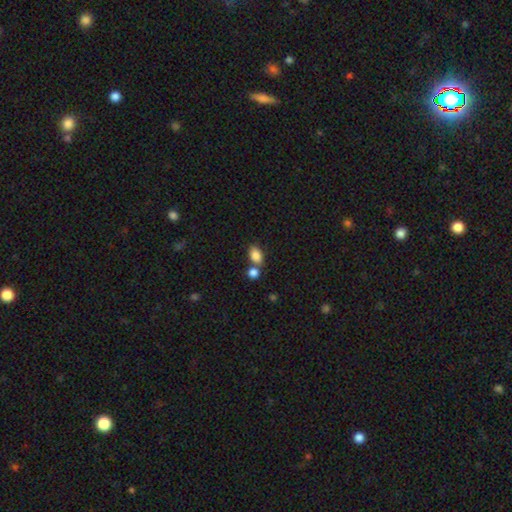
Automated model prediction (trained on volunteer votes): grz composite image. It shows a smooth galaxy with no disk features (86%) that is in between round and cigar-shaped (84%). Merging: none (54%).